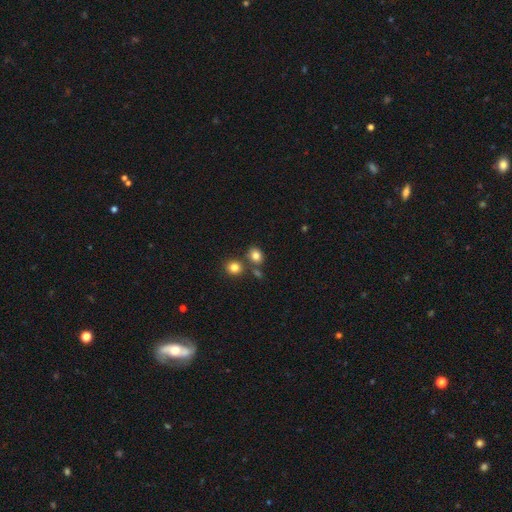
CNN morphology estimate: smooth-or-featured: smooth: 81% | star or artifact: 12% | featured or disk: 7%
  how-rounded: round: 56% | in between: 43% | cigar-shaped: 1%
  merging: none: 67% | merger: 19% | minor disturbance: 11% | major disturbance: 4%